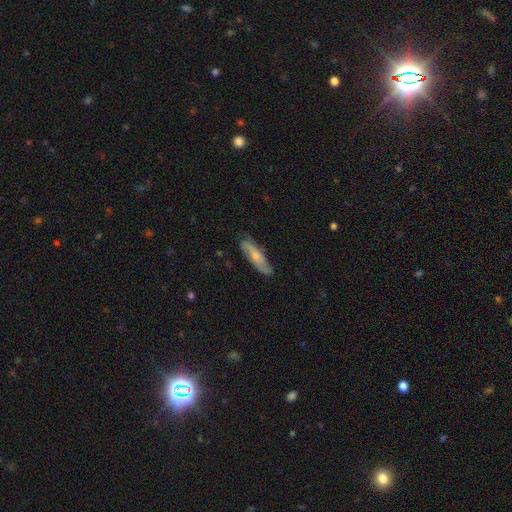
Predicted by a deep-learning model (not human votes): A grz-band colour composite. It shows a featured or disk galaxy (49%). Merging: none (75%).